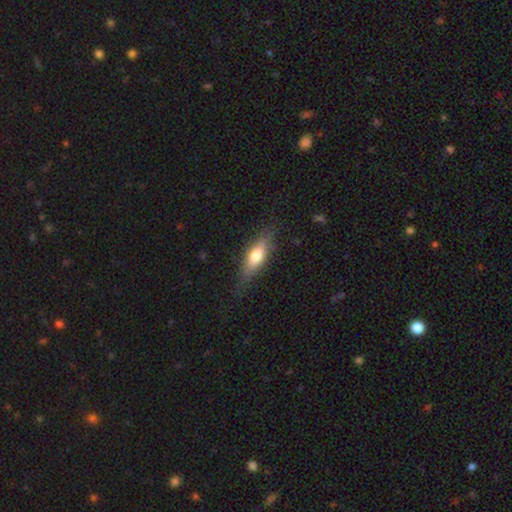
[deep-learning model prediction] Smooth or featured: smooth — 62% (featured or disk — 32%)
How rounded: in between — 54% (cigar-shaped — 43%)
Merging: none — 74% (minor disturbance — 19%)